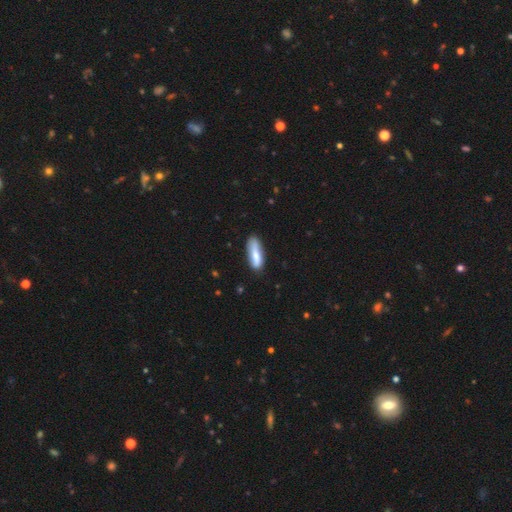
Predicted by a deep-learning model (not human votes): Q: Smooth or featured?
A: smooth (71%); runner-up: featured or disk (23%)
Q: How rounded?
A: in between (49%); tied with: cigar-shaped (49%)
Q: Merging?
A: none (76%); runner-up: minor disturbance (18%)